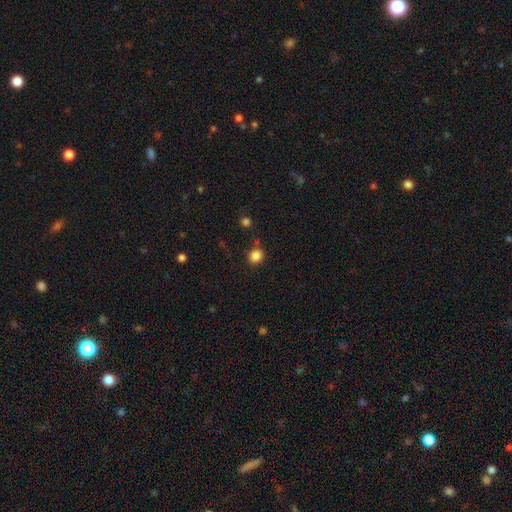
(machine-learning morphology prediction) Smooth or featured? smooth (85%)
How rounded? round (74%)
Merging? none (78%)